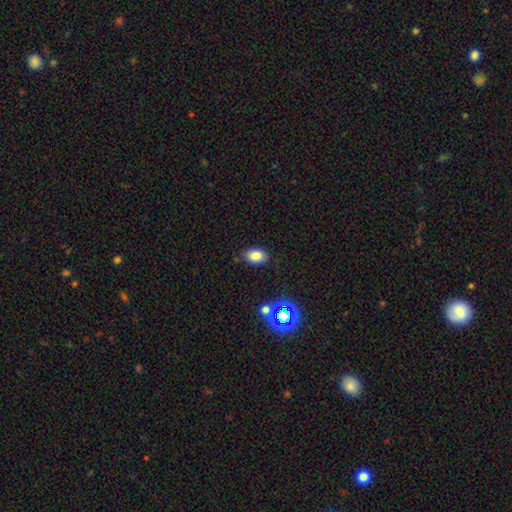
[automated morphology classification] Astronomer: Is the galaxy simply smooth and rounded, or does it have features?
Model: smooth — 81%.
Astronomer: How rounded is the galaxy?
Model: in between — 87%.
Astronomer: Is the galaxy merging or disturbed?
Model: none — 82%.